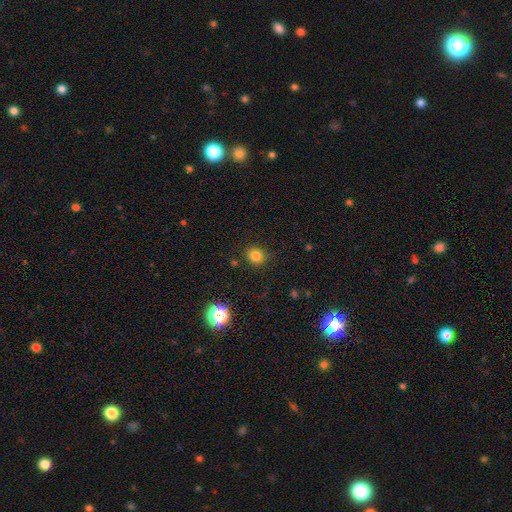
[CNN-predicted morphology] Q: Smooth or featured?
A: smooth (80%); runner-up: star or artifact (14%)
Q: How rounded?
A: round (80%); runner-up: in between (19%)
Q: Merging?
A: none (84%); runner-up: minor disturbance (11%)